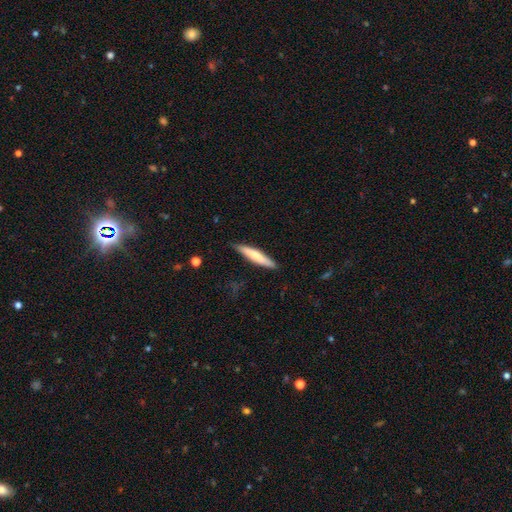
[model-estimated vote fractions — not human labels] Q: Smooth or featured?
A: smooth (66%); runner-up: featured or disk (28%)
Q: How rounded?
A: cigar-shaped (90%); runner-up: in between (9%)
Q: Merging?
A: none (85%); runner-up: minor disturbance (12%)